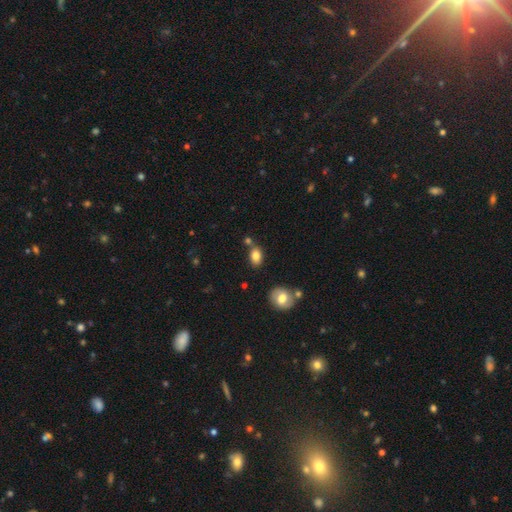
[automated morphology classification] Smooth or featured? smooth (82%)
How rounded? in between (82%)
Merging? none (67%)